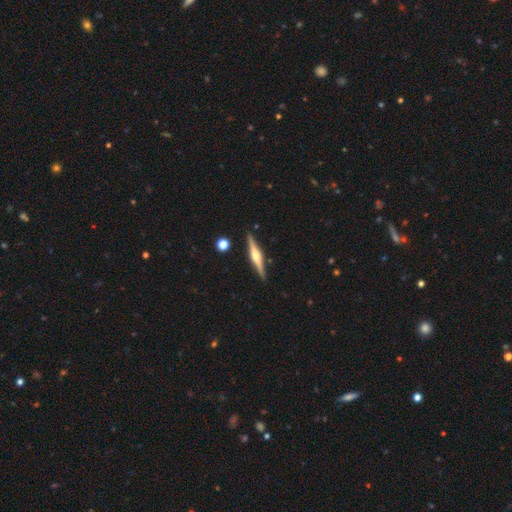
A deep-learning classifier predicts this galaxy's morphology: This is likely a featured or disk galaxy (77%). It is clearly viewed edge-on (98%). Edge-on bulge: clearly rounded (91%). Merging: clearly none (90%).